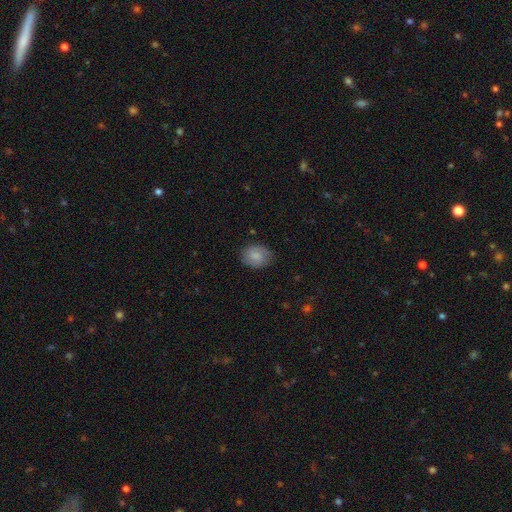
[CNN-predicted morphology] A smooth galaxy with no disk features (79%) that is in between round and cigar-shaped (52%).

Vote fractions:
- Smooth or featured? smooth: 79% / featured or disk: 14% / star or artifact: 7%
- How rounded? in between: 52% / round: 47% / cigar-shaped: 1%
- Merging? none: 81% / minor disturbance: 15% / major disturbance: 3% / merger: 1%